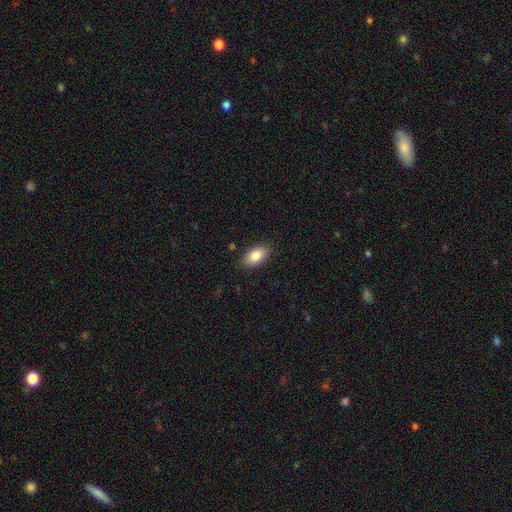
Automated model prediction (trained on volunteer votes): A smooth galaxy with no disk features (84%) that is in between round and cigar-shaped (92%).

Vote fractions:
- Smooth or featured? smooth: 84% / featured or disk: 8% / star or artifact: 7%
- How rounded? in between: 92% / round: 6% / cigar-shaped: 3%
- Merging? none: 85% / minor disturbance: 11% / major disturbance: 3% / merger: 1%